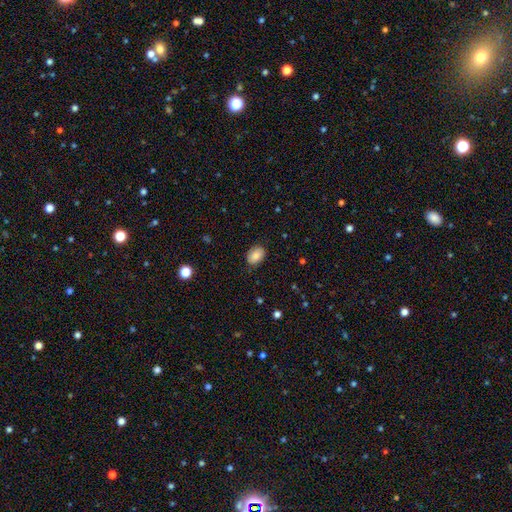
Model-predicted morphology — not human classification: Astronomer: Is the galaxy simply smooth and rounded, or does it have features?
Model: smooth — 84%.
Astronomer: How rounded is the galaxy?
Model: in between — 81%.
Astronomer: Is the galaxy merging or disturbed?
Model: none — 80%.